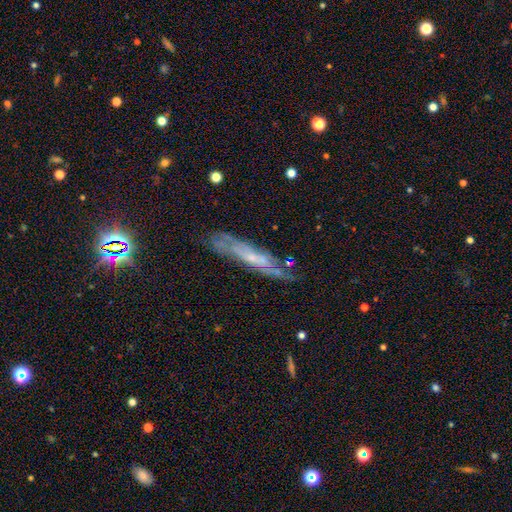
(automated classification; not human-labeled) Smooth or featured? featured or disk (61%)
Edge-on disk? yes (58%)
Merging? none (75%)